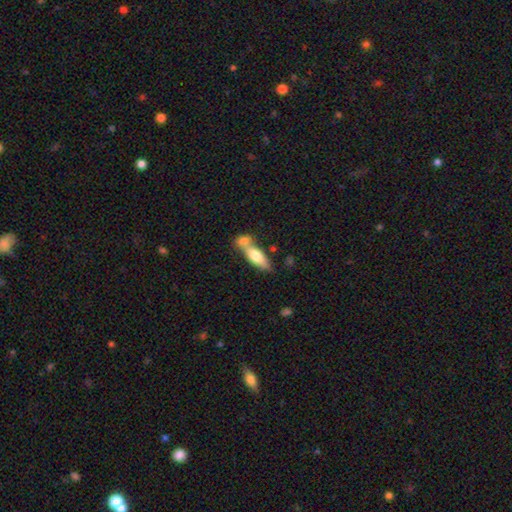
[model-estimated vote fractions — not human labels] Overall: smooth (66%; featured or disk 29%). How rounded: in between (56%; cigar-shaped 40%). Merging: merger (47%; none 38%).